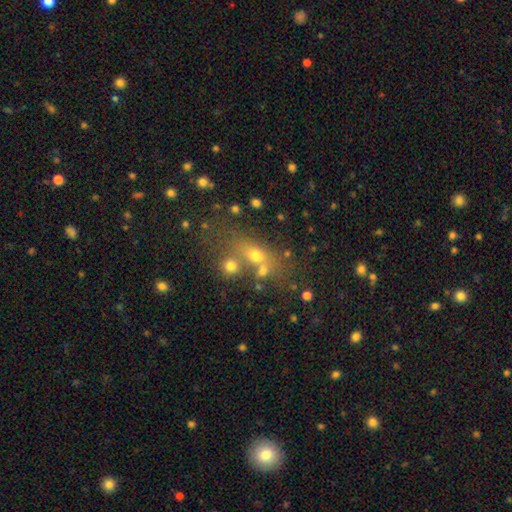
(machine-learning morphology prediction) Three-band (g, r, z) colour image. It shows a smooth galaxy with no disk features (59%) that is in between round and cigar-shaped (49%). Merging: none (47%).